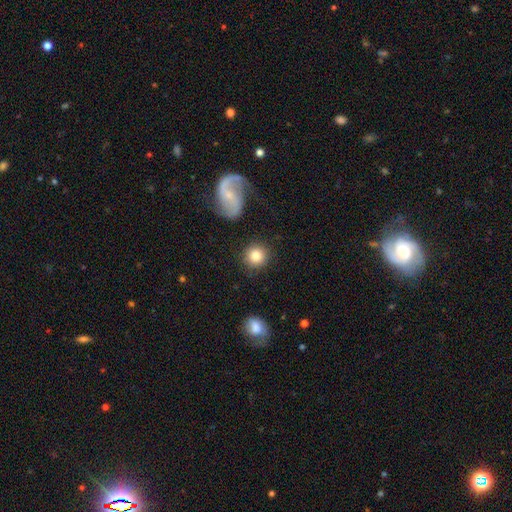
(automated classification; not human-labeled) Smooth or featured?
  - smooth: 82% *
  - featured or disk: 10%
  - star or artifact: 8%
How rounded?
  - round: 92% *
  - in between: 7%
  - cigar-shaped: 1%
Merging?
  - none: 87% *
  - minor disturbance: 8%
  - major disturbance: 3%
  - merger: 3%